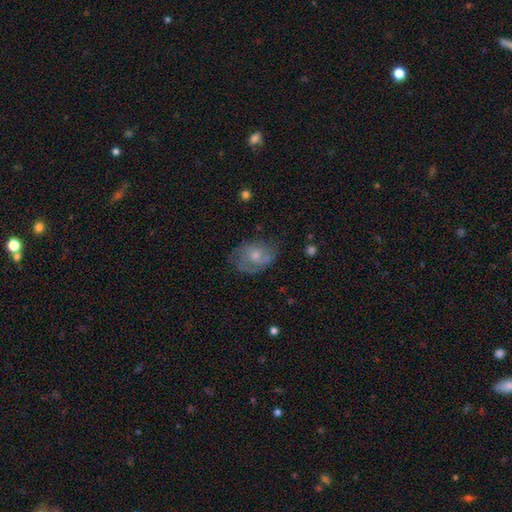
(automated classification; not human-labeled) This is possibly a featured or disk galaxy (51%). It is clearly not viewed edge-on (96%). Merging: possibly none (58%).